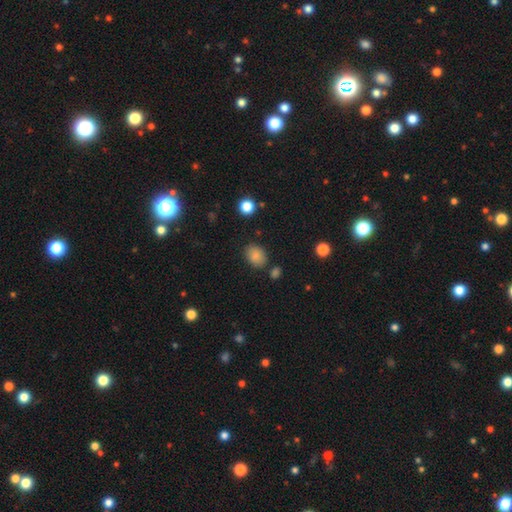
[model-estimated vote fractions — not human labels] smooth_or_featured: smooth (p=0.84) [alt: star or artifact p=0.11]
how_rounded: in between (p=0.64) [alt: round p=0.35]
merging: none (p=0.78) [alt: minor disturbance p=0.14]